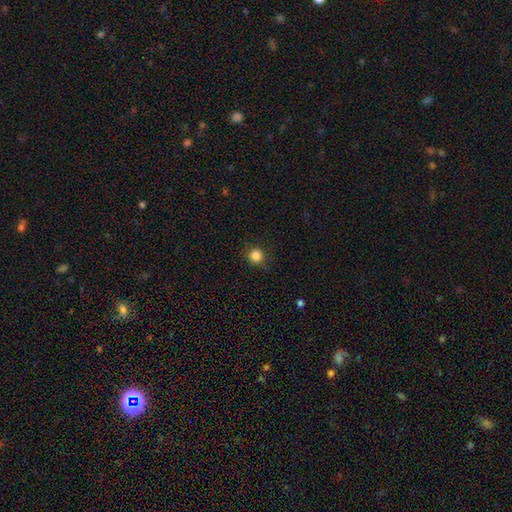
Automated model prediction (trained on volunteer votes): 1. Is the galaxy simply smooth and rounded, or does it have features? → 84% smooth, 12% star or artifact, 4% featured or disk.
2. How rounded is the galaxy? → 93% round, 6% in between, 1% cigar-shaped.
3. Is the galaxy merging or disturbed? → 88% none, 9% minor disturbance, 3% major disturbance, 1% merger.